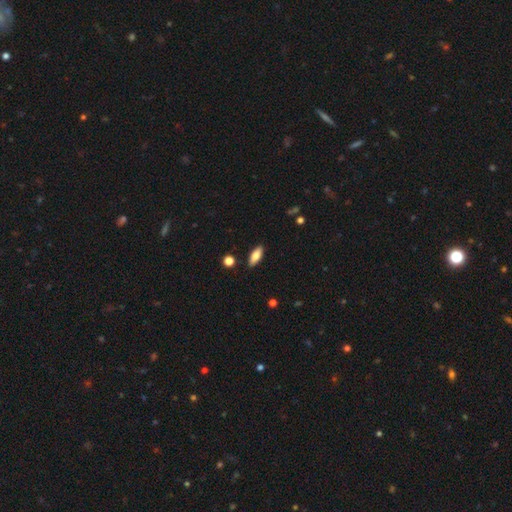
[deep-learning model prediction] The model was most divided on "how rounded": in between: 76%, cigar-shaped: 22%, round: 3%. More confident: merging — none (88%); smooth or featured — smooth (78%).